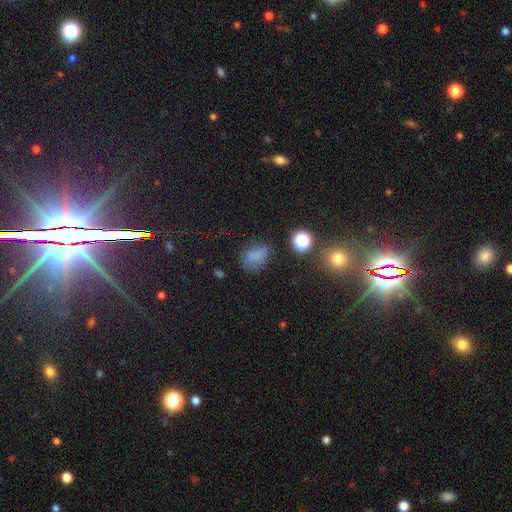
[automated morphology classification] A smooth galaxy with no disk features (67%) that is in between round and cigar-shaped (66%). Merging: none (58%).